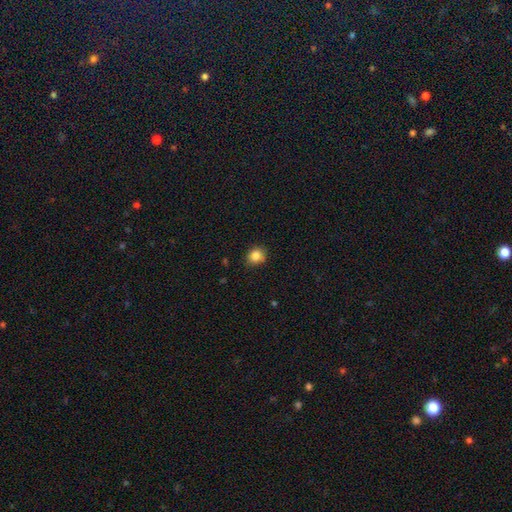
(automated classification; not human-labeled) Smooth or featured? smooth (85%)
How rounded? round (71%)
Merging? none (76%)